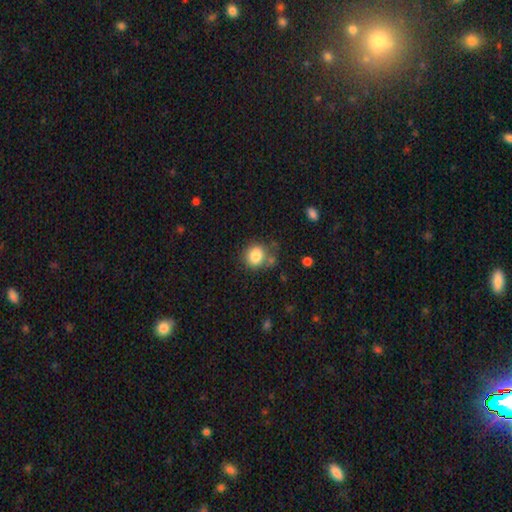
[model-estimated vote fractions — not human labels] A smooth galaxy with no disk features (83%) that is round (79%).

Vote fractions:
- Smooth or featured? smooth: 83% / star or artifact: 10% / featured or disk: 7%
- How rounded? round: 79% / in between: 21% / cigar-shaped: 1%
- Merging? none: 70% / minor disturbance: 16% / merger: 9% / major disturbance: 5%